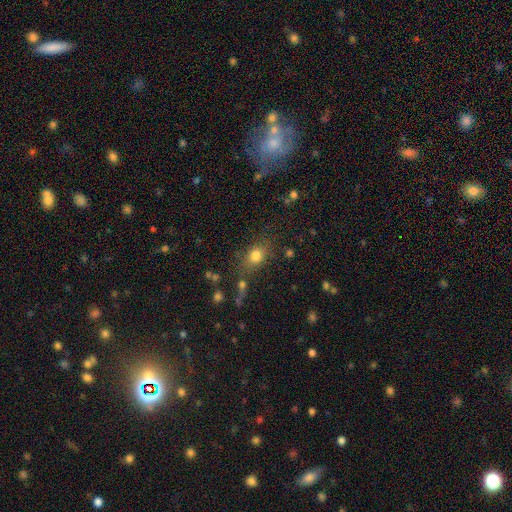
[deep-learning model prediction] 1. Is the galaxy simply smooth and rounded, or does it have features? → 77% smooth, 13% star or artifact, 10% featured or disk.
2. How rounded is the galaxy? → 53% in between, 43% round, 3% cigar-shaped.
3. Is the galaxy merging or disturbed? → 69% none, 14% minor disturbance, 9% merger, 7% major disturbance.